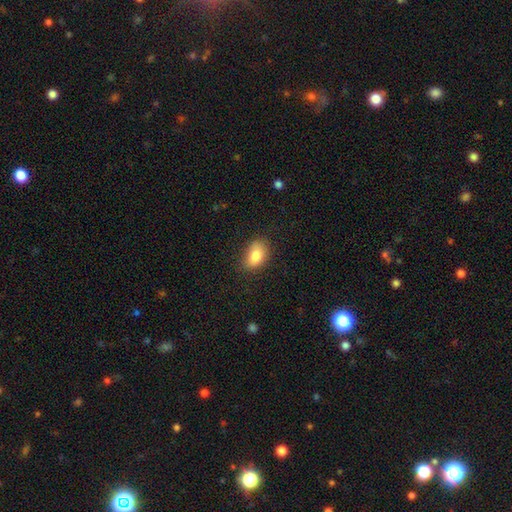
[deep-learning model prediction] smooth-or-featured: smooth: 83% | featured or disk: 9% | star or artifact: 8%
  how-rounded: in between: 87% | round: 12% | cigar-shaped: 2%
  merging: none: 74% | minor disturbance: 20% | major disturbance: 5% | merger: 1%